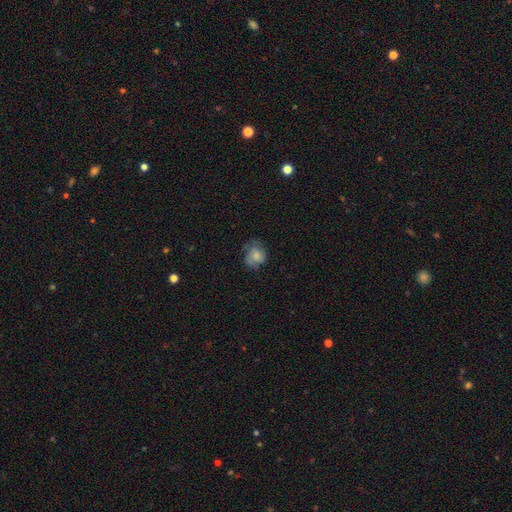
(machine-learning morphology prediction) smooth-or-featured: smooth: 62% | featured or disk: 29% | star or artifact: 9%
  how-rounded: round: 63% | in between: 36% | cigar-shaped: 1%
  merging: none: 54% | minor disturbance: 30% | major disturbance: 15% | merger: 1%